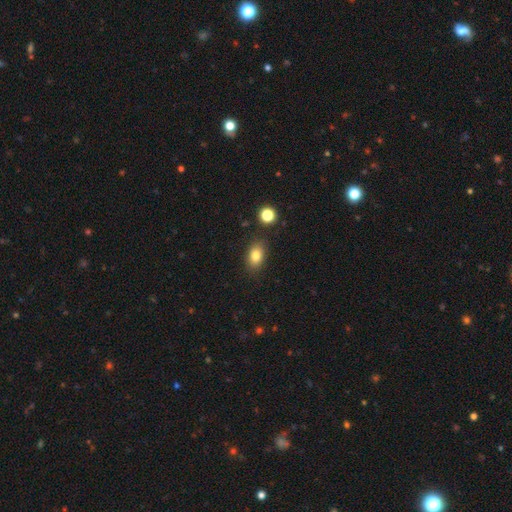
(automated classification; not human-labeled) A smooth galaxy with no disk features (82%) that is in between round and cigar-shaped (81%). Merging: none (83%).